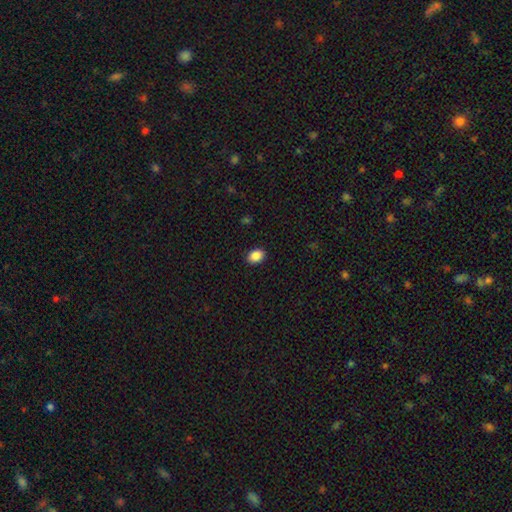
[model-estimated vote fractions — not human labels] Overall: smooth (88%). How rounded: in between (76%). Merging: none (90%).